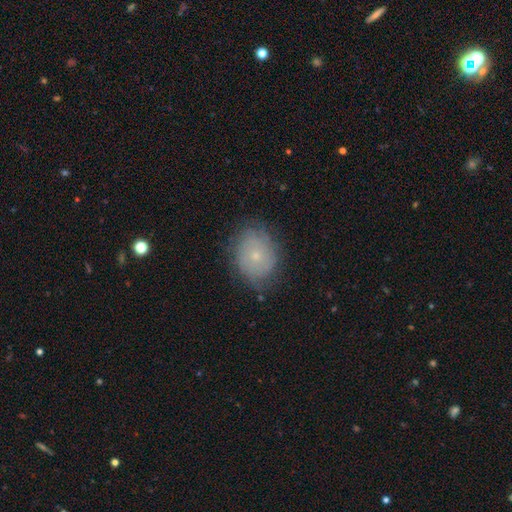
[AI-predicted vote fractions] Smooth or featured: smooth — 49% (featured or disk — 41%)
Merging: none — 74% (minor disturbance — 19%)